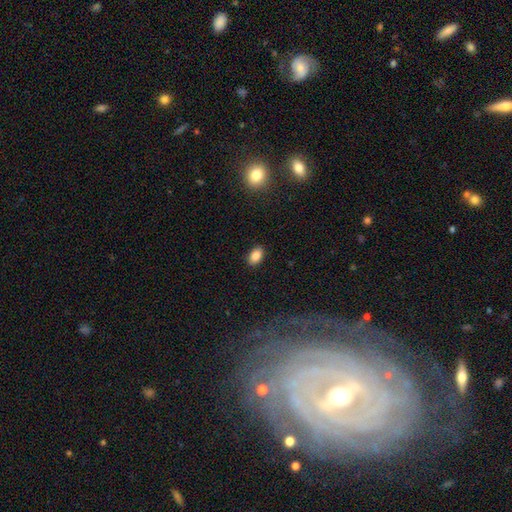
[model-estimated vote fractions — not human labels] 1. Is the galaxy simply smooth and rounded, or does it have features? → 87% smooth, 9% star or artifact, 4% featured or disk.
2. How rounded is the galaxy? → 88% in between, 10% round, 2% cigar-shaped.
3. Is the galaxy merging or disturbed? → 87% none, 9% minor disturbance, 2% major disturbance, 1% merger.